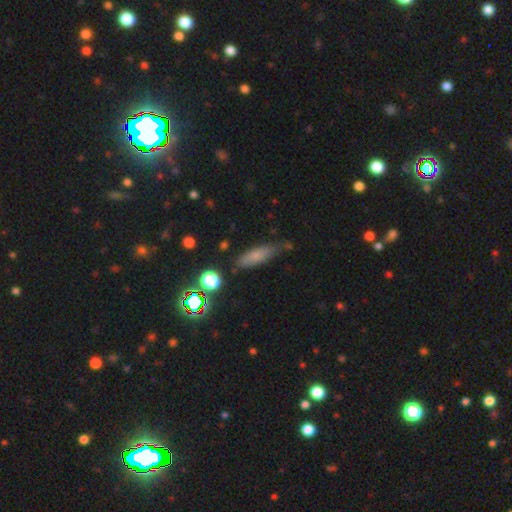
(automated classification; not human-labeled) Smooth or featured?
  - smooth: 71% *
  - featured or disk: 17%
  - star or artifact: 12%
How rounded?
  - in between: 52% *
  - cigar-shaped: 44%
  - round: 4%
Merging?
  - none: 59% *
  - minor disturbance: 29%
  - major disturbance: 7%
  - merger: 5%